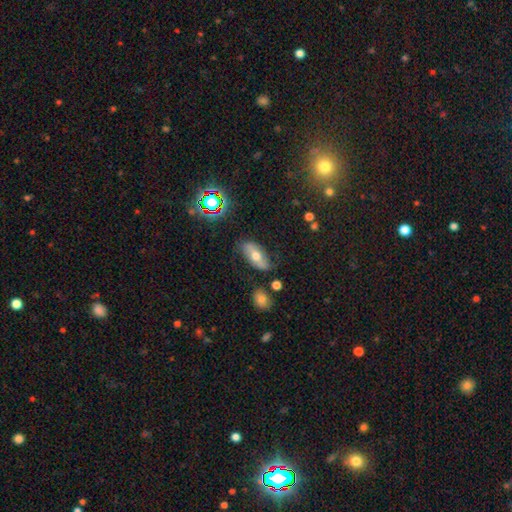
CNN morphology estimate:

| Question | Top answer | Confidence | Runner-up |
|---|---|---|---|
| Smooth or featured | smooth | 53% | featured or disk (37%) |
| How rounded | in between | 84% | cigar-shaped (11%) |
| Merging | none | 69% | minor disturbance (21%) |